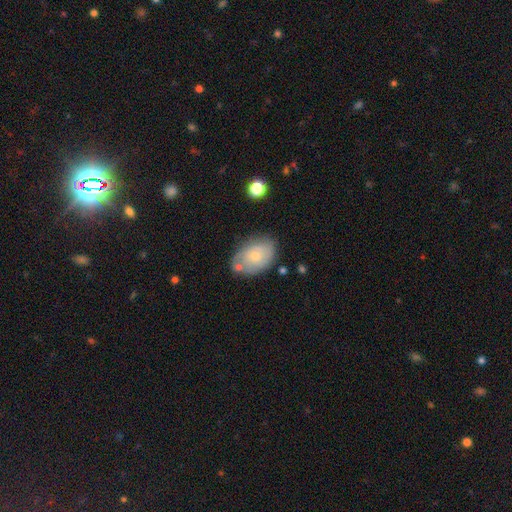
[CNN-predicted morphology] Smooth or featured? smooth (55%)
How rounded? in between (83%)
Merging? none (63%)